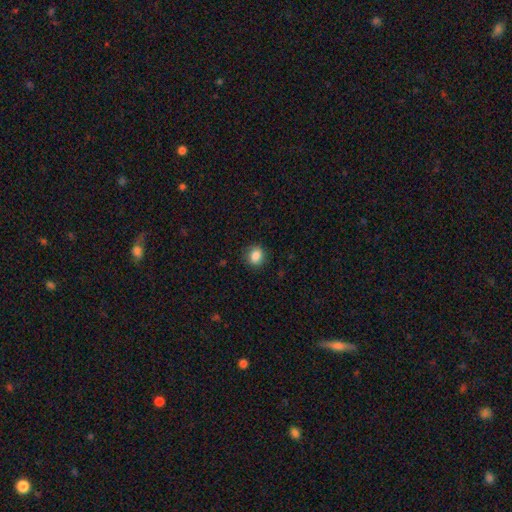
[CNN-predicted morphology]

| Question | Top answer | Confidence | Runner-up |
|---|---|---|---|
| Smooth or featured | smooth | 85% | star or artifact (9%) |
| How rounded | round | 73% | in between (26%) |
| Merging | none | 85% | minor disturbance (11%) |